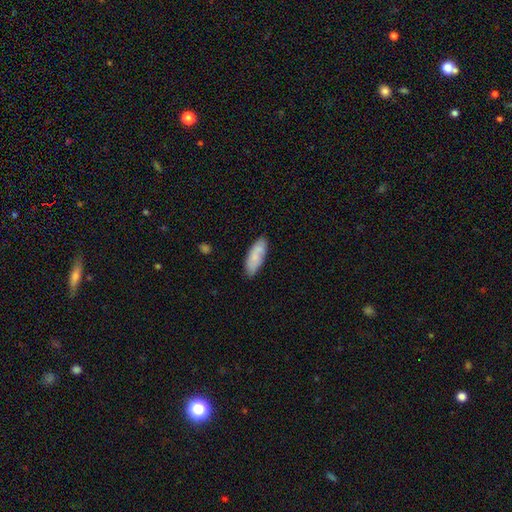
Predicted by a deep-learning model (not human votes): Smooth or featured: smooth — 76% (featured or disk — 17%)
How rounded: in between — 71% (cigar-shaped — 27%)
Merging: none — 79% (minor disturbance — 16%)